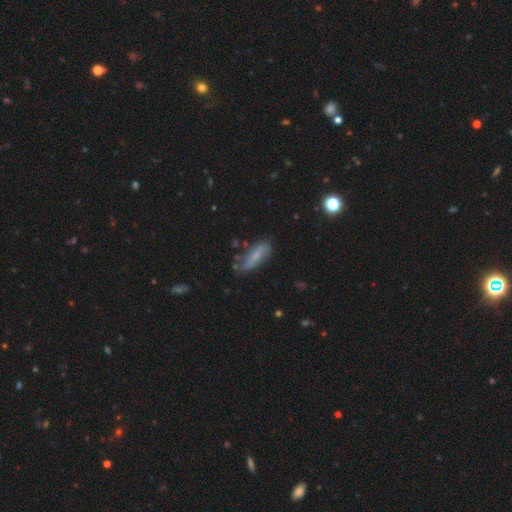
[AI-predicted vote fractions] Smooth or featured: smooth — 64% (featured or disk — 27%)
How rounded: cigar-shaped — 51% (in between — 46%)
Merging: none — 63% (minor disturbance — 26%)